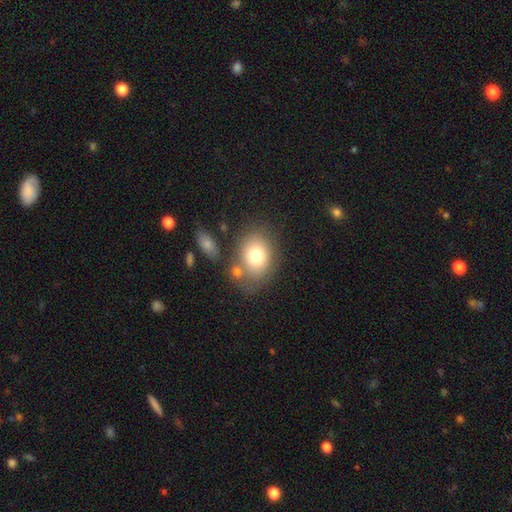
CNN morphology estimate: This is likely a smooth galaxy (76%). How rounded: possibly in between (59%). Merging: likely none (62%).